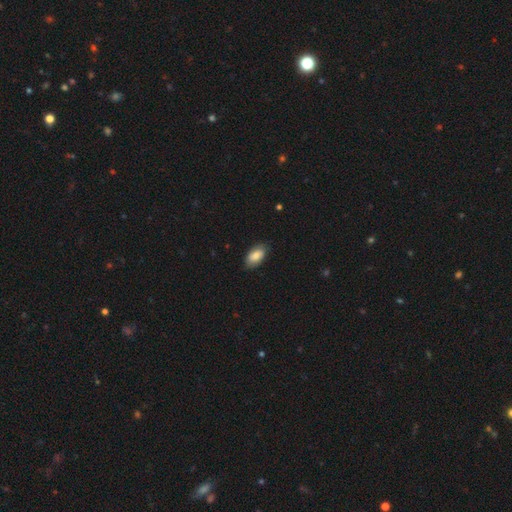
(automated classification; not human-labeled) Smooth or featured?
  - smooth: 84% *
  - featured or disk: 10%
  - star or artifact: 6%
How rounded?
  - in between: 94% *
  - round: 3%
  - cigar-shaped: 3%
Merging?
  - none: 83% *
  - minor disturbance: 14%
  - major disturbance: 2%
  - merger: 1%